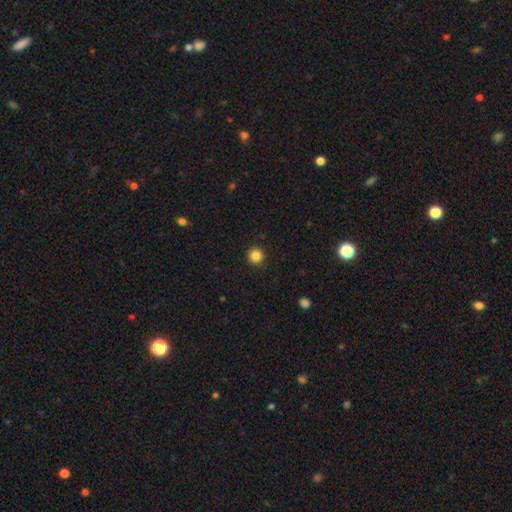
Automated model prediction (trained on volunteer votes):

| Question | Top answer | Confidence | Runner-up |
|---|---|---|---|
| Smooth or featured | smooth | 85% | star or artifact (11%) |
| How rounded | round | 95% | in between (4%) |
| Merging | none | 93% | minor disturbance (5%) |